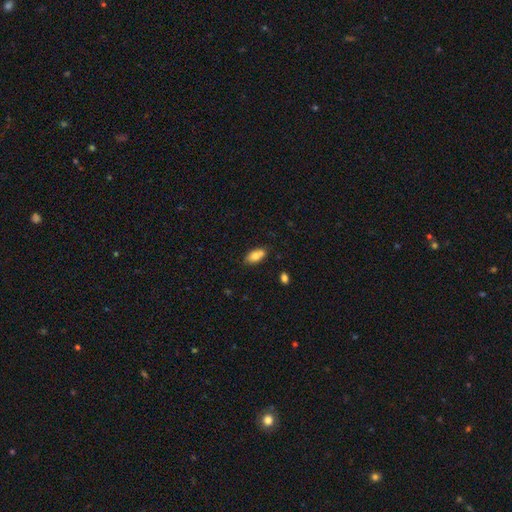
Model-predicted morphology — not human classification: Smooth or featured? Predicted: smooth (p=0.75). How rounded? Predicted: in between (p=0.89). Merging? Predicted: none (p=0.60).